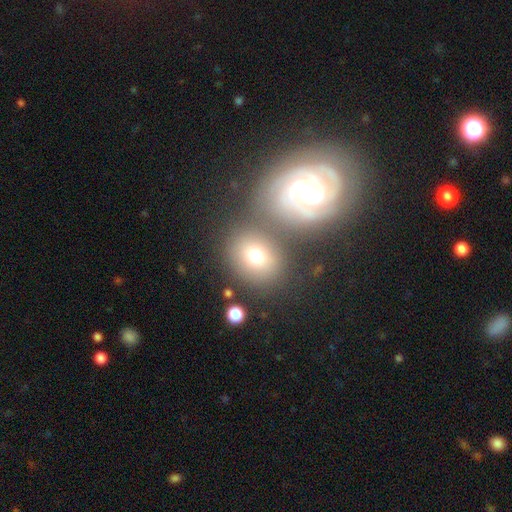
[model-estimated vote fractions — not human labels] A smooth galaxy with no disk features (69%) that is round (61%). Merging: none (60%).